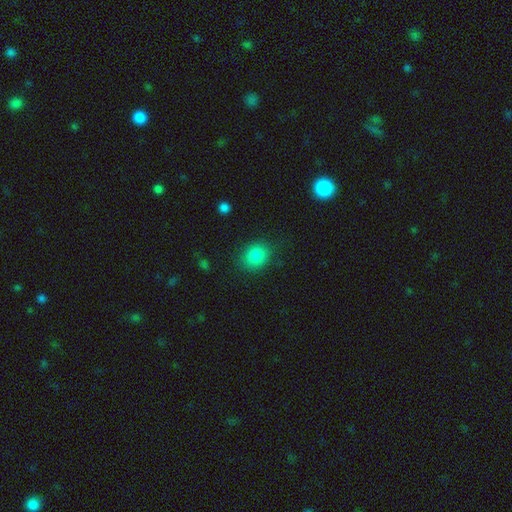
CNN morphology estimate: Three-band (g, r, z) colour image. It shows a smooth galaxy with no disk features (84%) that is round (63%). Merging: none (81%).